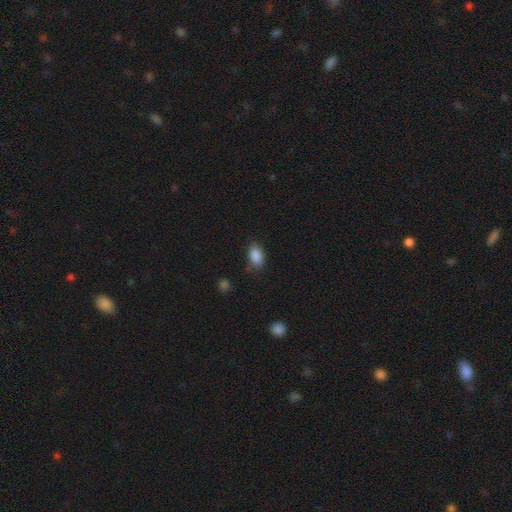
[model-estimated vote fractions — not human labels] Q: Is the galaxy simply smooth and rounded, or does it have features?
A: smooth — 88%.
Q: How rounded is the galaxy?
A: in between — 90%.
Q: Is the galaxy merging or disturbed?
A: none — 78%.